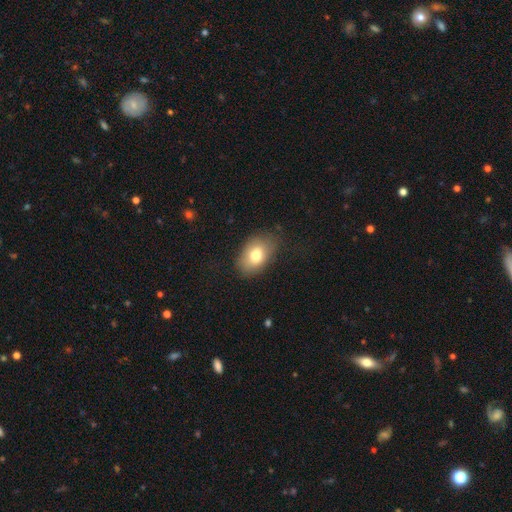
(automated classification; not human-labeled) The model was most divided on "merging": none: 73%, minor disturbance: 20%, major disturbance: 6%, merger: 1%. More confident: how rounded — in between (85%); smooth or featured — smooth (75%).